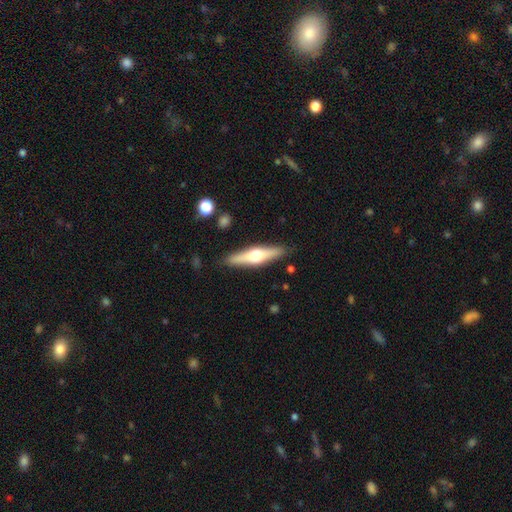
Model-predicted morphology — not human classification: A featured or disk galaxy (60%) viewed edge-on (95%) with a rounded central bulge (95%). Merging: none (88%).